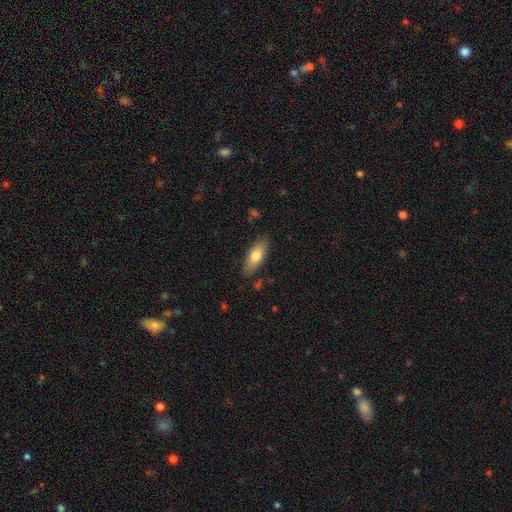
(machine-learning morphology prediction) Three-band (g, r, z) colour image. It shows a smooth galaxy with no disk features (73%) that is in between round and cigar-shaped (74%). Merging: none (84%).